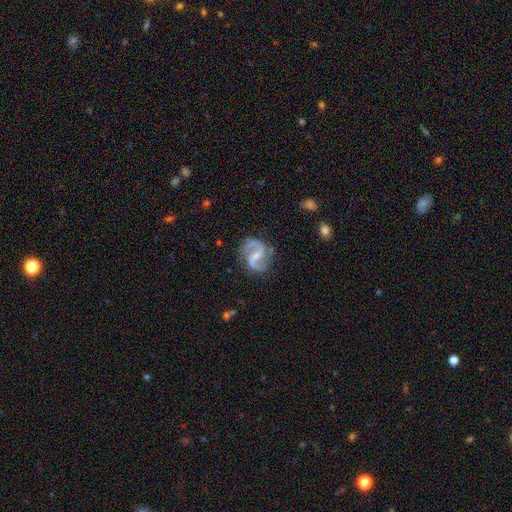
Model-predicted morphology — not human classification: Q: Smooth or featured?
A: featured or disk (90%); runner-up: smooth (5%)
Q: Edge-on disk?
A: no (98%); runner-up: yes (2%)
Q: Bar?
A: weak (46%); runner-up: strong (32%)
Q: Spiral arms?
A: yes (97%); runner-up: no (3%)
Q: Spiral winding?
A: medium (52%); runner-up: loose (37%)
Q: Spiral arm count?
A: 2 (94%); runner-up: can't tell (2%)
Q: Bulge size?
A: small (55%); runner-up: moderate (38%)
Q: Merging?
A: none (78%); runner-up: minor disturbance (15%)